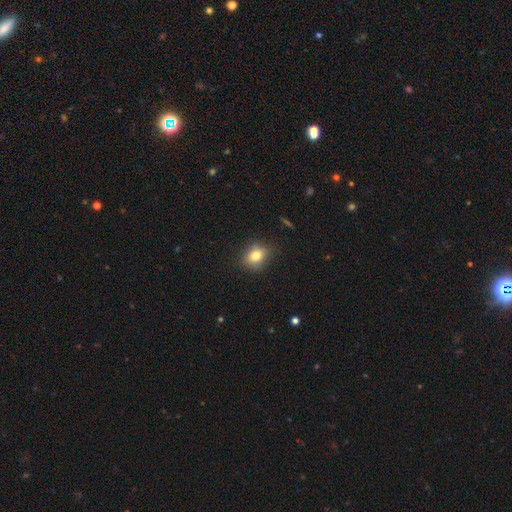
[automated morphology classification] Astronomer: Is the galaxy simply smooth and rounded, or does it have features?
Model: smooth — 79%.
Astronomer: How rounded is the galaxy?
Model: round — 50% (runner-up: in between, 49%).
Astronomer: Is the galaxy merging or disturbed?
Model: none — 83%.